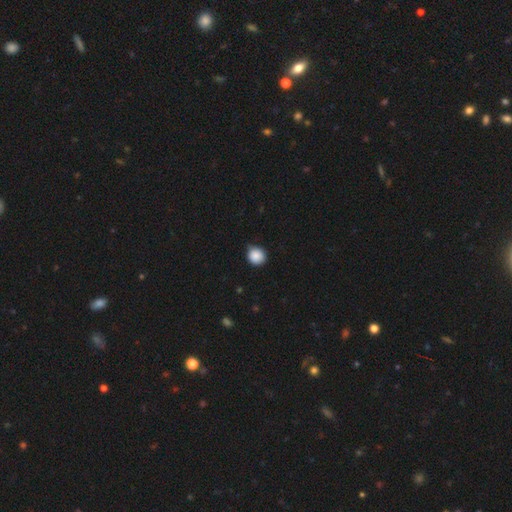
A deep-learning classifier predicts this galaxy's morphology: Overall: smooth (89%). How rounded: round (87%). Merging: none (79%).